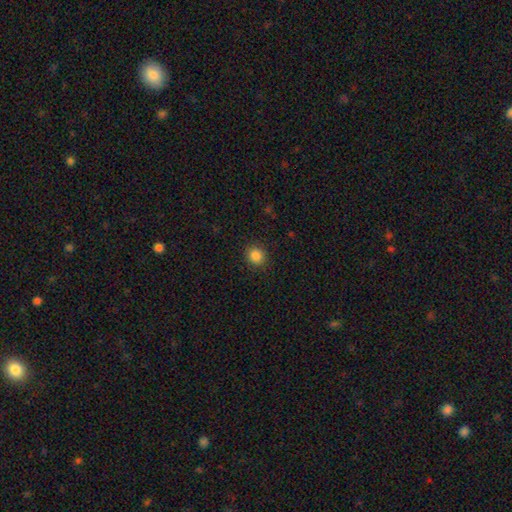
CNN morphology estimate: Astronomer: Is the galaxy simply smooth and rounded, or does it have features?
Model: smooth — 86%.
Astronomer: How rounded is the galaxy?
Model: round — 89%.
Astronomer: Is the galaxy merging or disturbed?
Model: none — 91%.